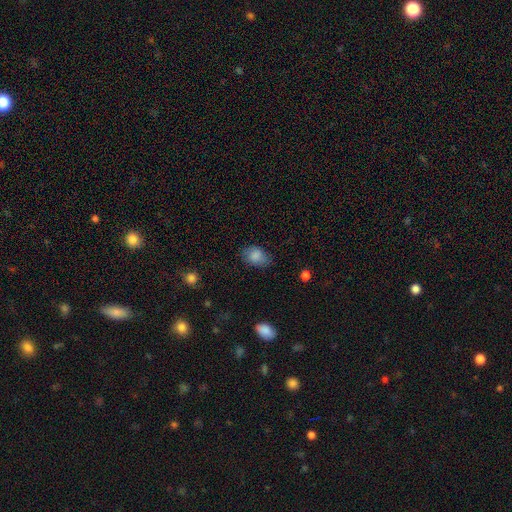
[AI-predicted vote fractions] Morphology: type=smooth (83%); roundness=in between (77%); merging=none (72%).